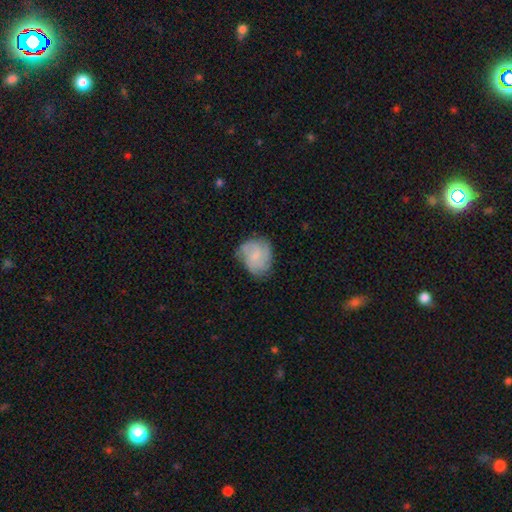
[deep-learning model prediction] Smooth or featured?
  - smooth: 48% *
  - featured or disk: 44%
  - star or artifact: 8%
Merging?
  - none: 60% *
  - minor disturbance: 28%
  - major disturbance: 10%
  - merger: 2%